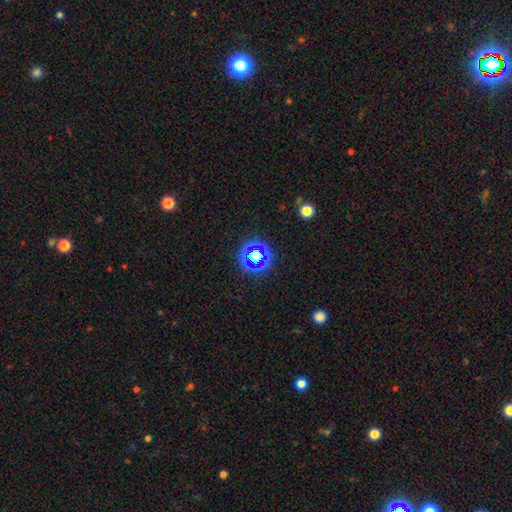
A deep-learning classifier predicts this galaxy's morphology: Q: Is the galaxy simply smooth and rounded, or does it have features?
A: star or artifact — 54%.